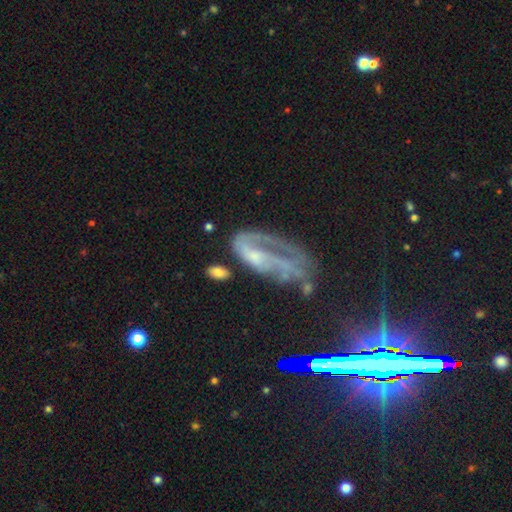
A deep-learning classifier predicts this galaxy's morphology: Smooth or featured?
  - featured or disk: 73% *
  - smooth: 17%
  - star or artifact: 10%
Edge-on disk?
  - no: 94% *
  - yes: 6%
Bar?
  - no: 62% *
  - weak: 28%
  - strong: 10%
Spiral arms?
  - yes: 75% *
  - no: 25%
Spiral winding?
  - medium: 37% *
  - loose: 36%
  - tight: 27%
Spiral arm count?
  - 1: 57% *
  - 2: 22%
  - can't tell: 14%
  - 3: 3%
  - 4: 1%
  - more than 4: 1%
Bulge size?
  - small: 38% *
  - none: 35%
  - moderate: 21%
  - large: 4%
  - dominant: 2%
Merging?
  - major disturbance: 45% *
  - none: 27%
  - minor disturbance: 19%
  - merger: 9%